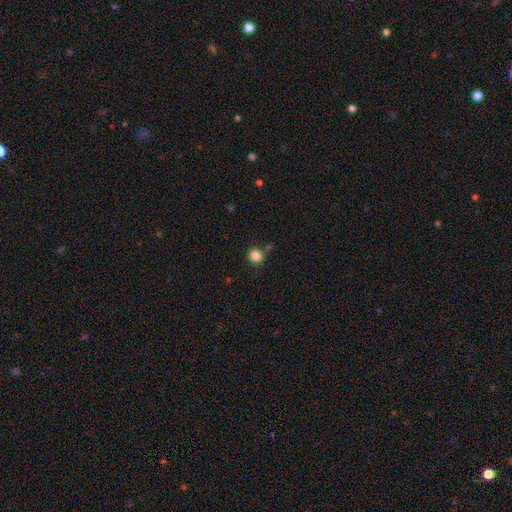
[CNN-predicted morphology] A smooth galaxy with no disk features (85%) that is round (90%). Merging: none (81%).